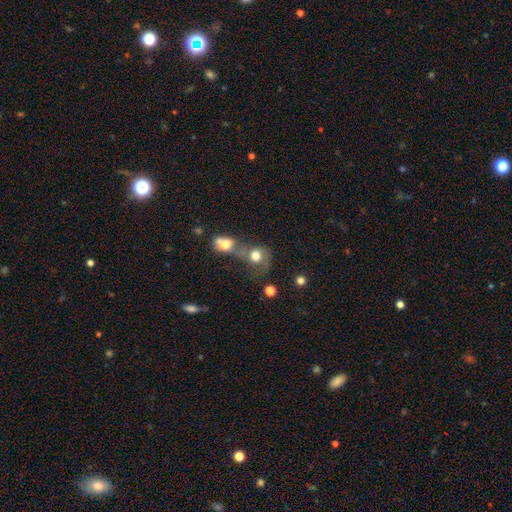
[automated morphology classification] The model was most divided on "how rounded": round: 68%, in between: 30%, cigar-shaped: 1%. More confident: smooth or featured — smooth (68%); merging — merger (61%).